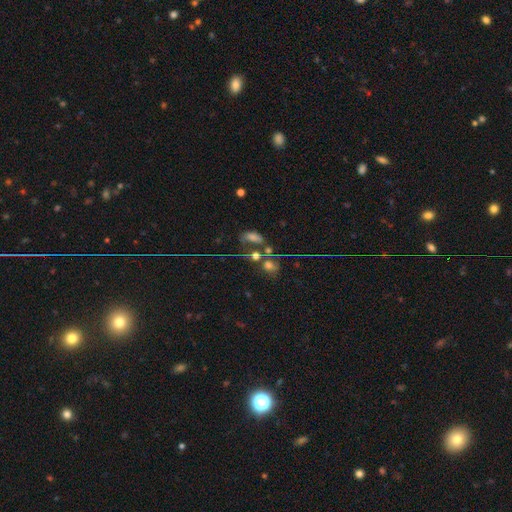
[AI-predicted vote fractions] Smooth or featured? Predicted: smooth (p=0.51). How rounded? Predicted: in between (p=0.48). Merging? Predicted: none (p=0.42).